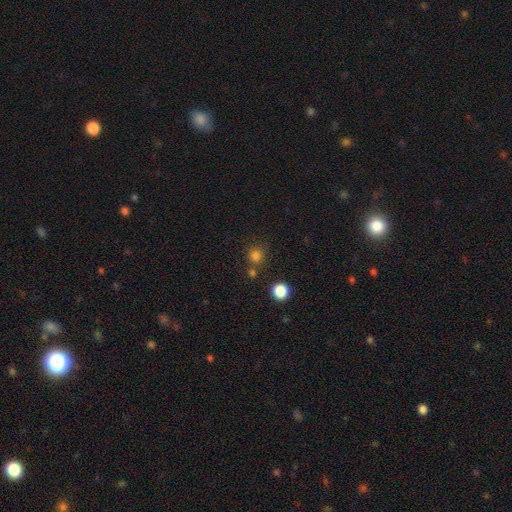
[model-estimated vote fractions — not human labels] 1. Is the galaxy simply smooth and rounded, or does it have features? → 78% smooth, 17% star or artifact, 5% featured or disk.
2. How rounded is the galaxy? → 91% round, 8% in between, 1% cigar-shaped.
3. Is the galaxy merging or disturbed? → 74% none, 14% merger, 9% minor disturbance, 3% major disturbance.